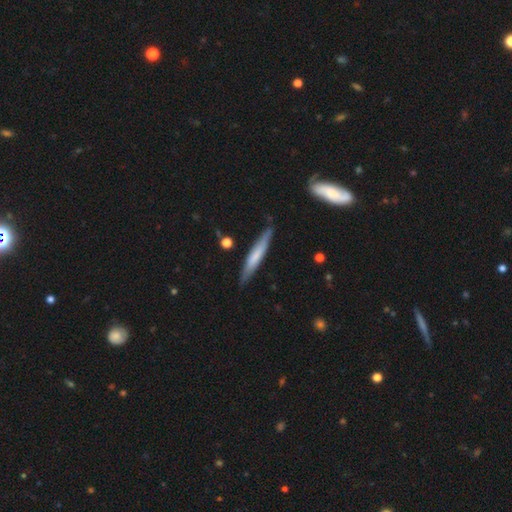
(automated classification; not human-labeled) A smooth galaxy with no disk features (60%) that is cigar-shaped (93%).

Vote fractions:
- Smooth or featured? smooth: 60% / featured or disk: 35% / star or artifact: 6%
- How rounded? cigar-shaped: 93% / in between: 6% / round: 1%
- Merging? none: 83% / minor disturbance: 13% / major disturbance: 2% / merger: 2%